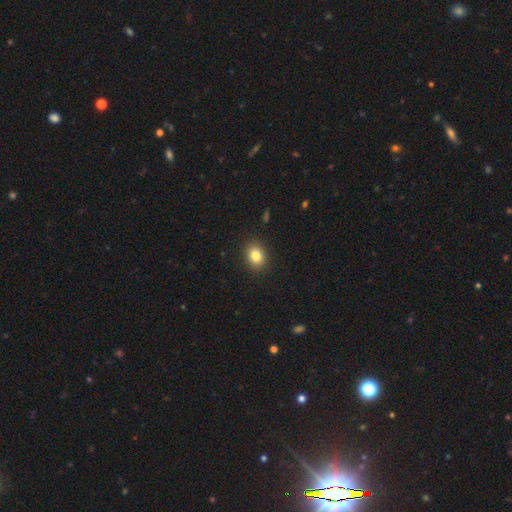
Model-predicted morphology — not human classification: Overall: smooth (83%). How rounded: in between (58%; round 41%). Merging: none (89%).